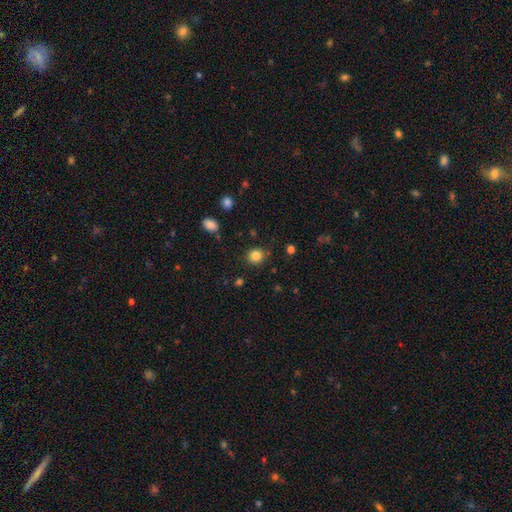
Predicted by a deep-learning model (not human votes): A smooth galaxy with no disk features (84%) that is round (86%).

Vote fractions:
- Smooth or featured? smooth: 84% / star or artifact: 12% / featured or disk: 4%
- How rounded? round: 86% / in between: 13% / cigar-shaped: 1%
- Merging? none: 86% / minor disturbance: 9% / major disturbance: 3% / merger: 2%